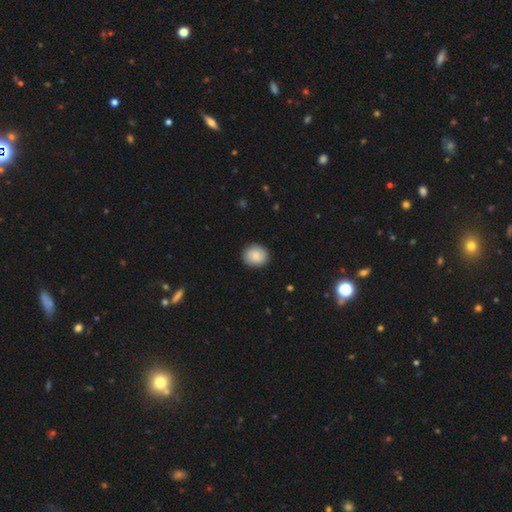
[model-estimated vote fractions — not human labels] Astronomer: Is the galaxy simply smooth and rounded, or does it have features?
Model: smooth — 87%.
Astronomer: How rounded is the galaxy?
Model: round — 68%.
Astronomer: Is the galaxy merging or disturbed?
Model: none — 90%.